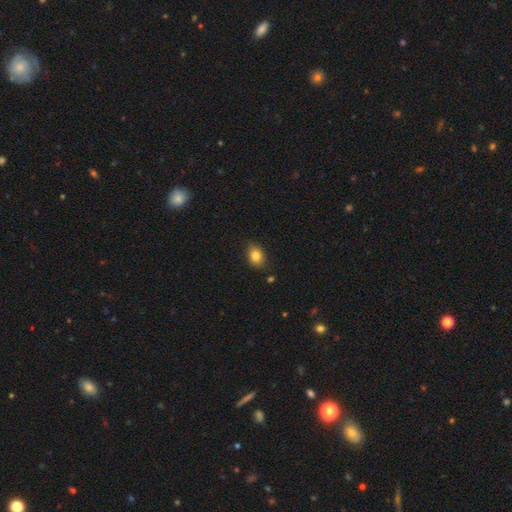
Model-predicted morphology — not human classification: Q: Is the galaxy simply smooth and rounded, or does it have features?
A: smooth — 83%.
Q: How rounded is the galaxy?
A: in between — 68%.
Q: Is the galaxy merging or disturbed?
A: none — 84%.